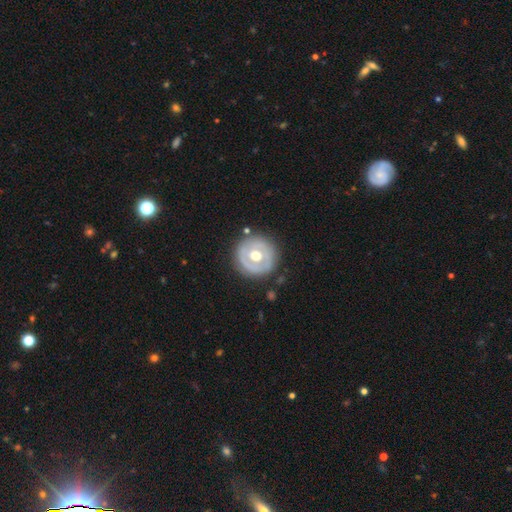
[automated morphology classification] Smooth or featured? featured or disk (56%)
Edge-on disk? no (96%)
Bar? no (75%)
Spiral arms? no (76%)
Bulge size? moderate (80%)
Merging? none (83%)